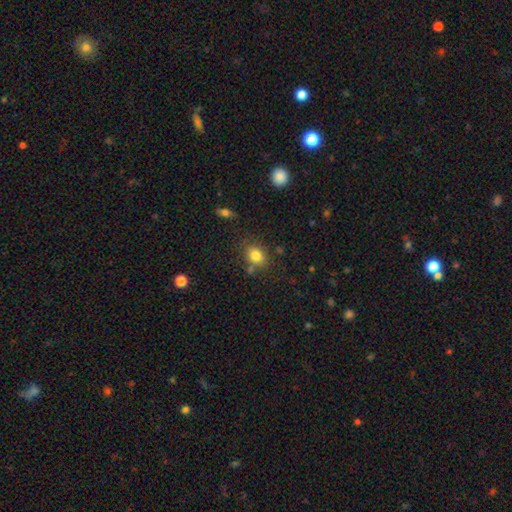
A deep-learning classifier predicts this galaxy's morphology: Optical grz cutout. It shows a smooth galaxy with no disk features (81%) that is in between round and cigar-shaped (51%). Merging: none (74%).